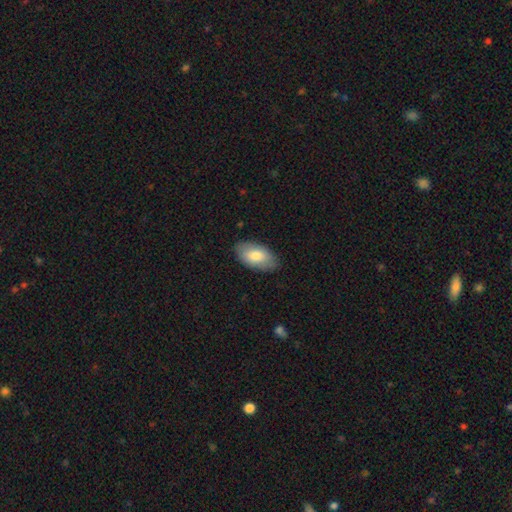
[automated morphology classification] This is likely a smooth galaxy (77%). How rounded: clearly in between (95%). Merging: clearly none (83%).